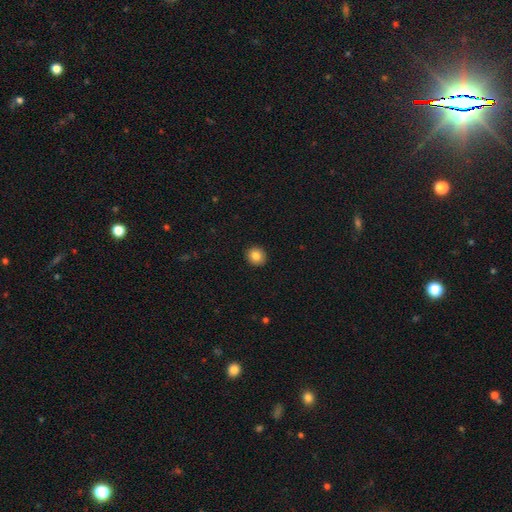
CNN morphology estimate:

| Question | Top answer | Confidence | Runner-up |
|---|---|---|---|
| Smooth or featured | smooth | 85% | star or artifact (9%) |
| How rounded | round | 78% | in between (21%) |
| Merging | none | 92% | minor disturbance (5%) |